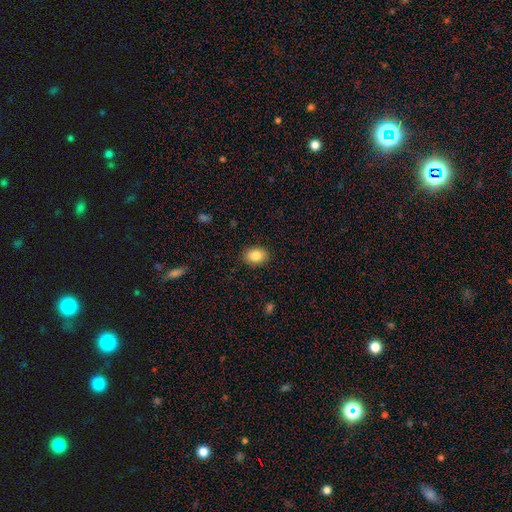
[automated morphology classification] smooth-or-featured: smooth: 85% | star or artifact: 8% | featured or disk: 7%
  how-rounded: in between: 75% | round: 24% | cigar-shaped: 1%
  merging: none: 88% | minor disturbance: 8% | major disturbance: 2% | merger: 1%